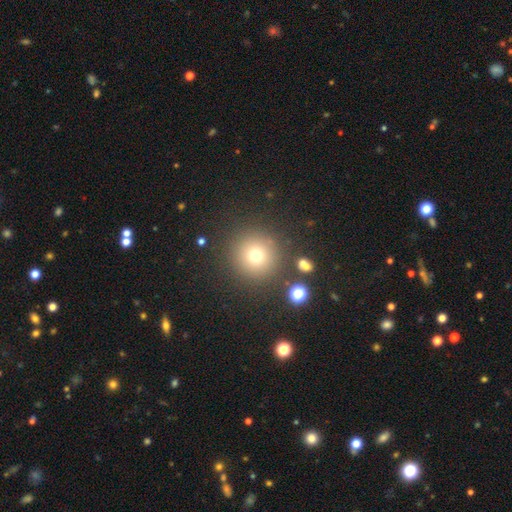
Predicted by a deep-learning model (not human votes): This is likely a smooth galaxy (73%). How rounded: clearly round (95%). Merging: clearly none (86%).